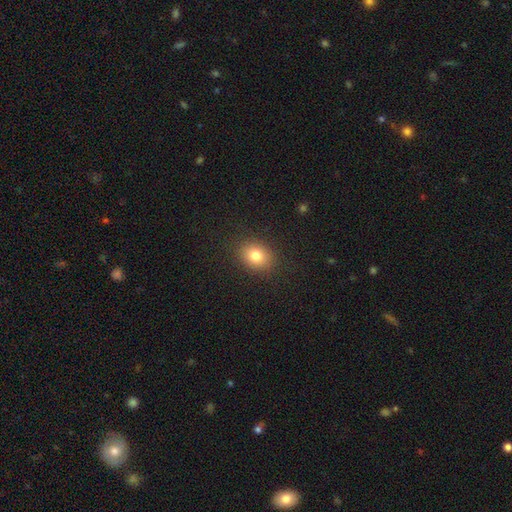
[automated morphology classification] Overall: smooth (80%). How rounded: round (50%; in between 49%). Merging: none (88%).